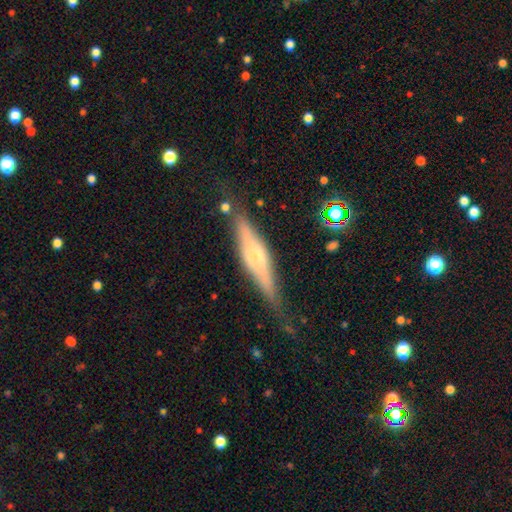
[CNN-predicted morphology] type=featured or disk (65%); edge-on=yes (92%); edge-on bulge=rounded (63%); merging=none (71%).